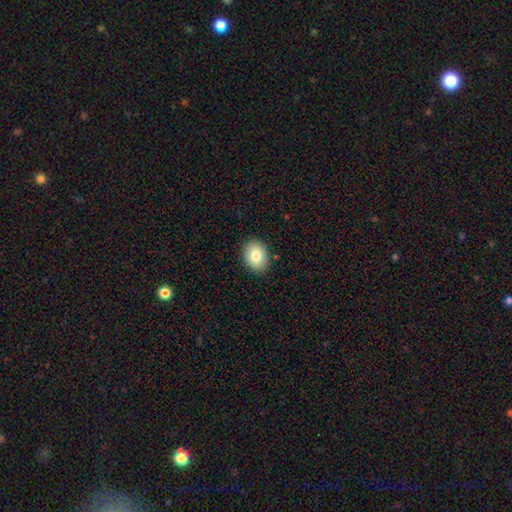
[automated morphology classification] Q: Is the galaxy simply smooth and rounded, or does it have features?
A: smooth — 83%.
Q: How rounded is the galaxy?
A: in between — 68%.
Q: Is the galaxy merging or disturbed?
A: none — 89%.